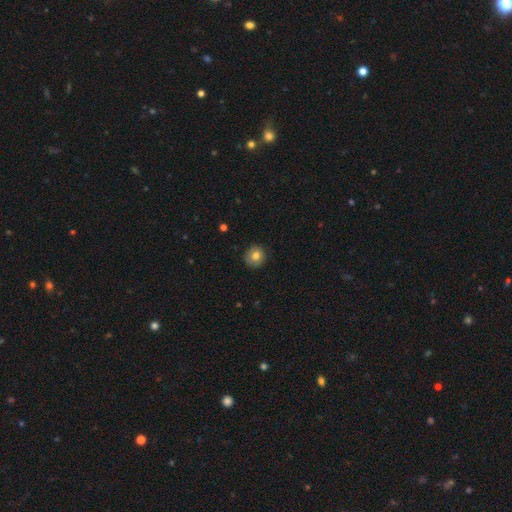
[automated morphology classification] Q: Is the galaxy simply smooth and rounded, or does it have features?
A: smooth — 79%.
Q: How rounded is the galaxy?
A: round — 90%.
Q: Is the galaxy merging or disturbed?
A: none — 88%.